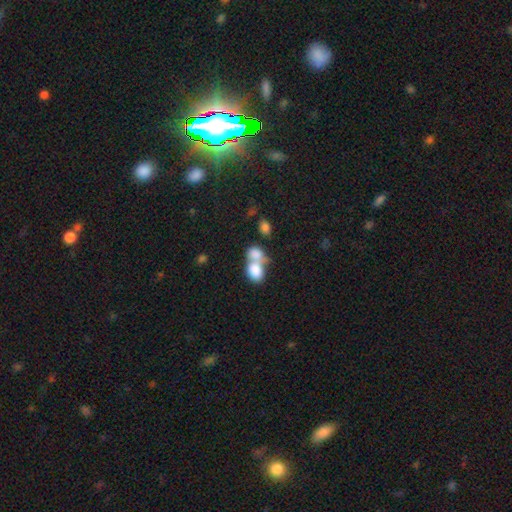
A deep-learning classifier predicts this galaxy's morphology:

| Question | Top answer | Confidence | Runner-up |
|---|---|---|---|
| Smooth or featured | smooth | 81% | featured or disk (12%) |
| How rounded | in between | 73% | round (25%) |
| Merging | merger | 73% | none (17%) |